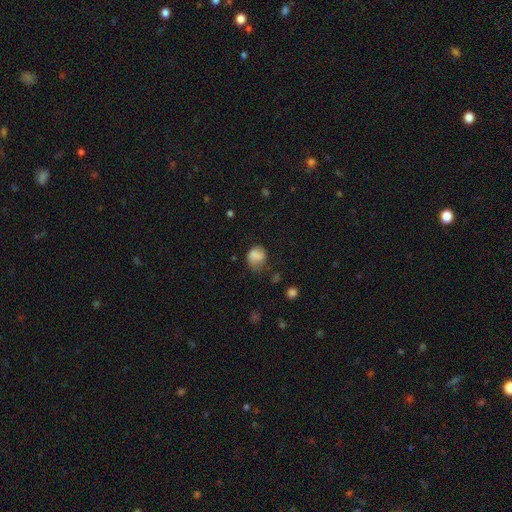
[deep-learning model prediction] A smooth galaxy with no disk features (75%) that is round (59%).

Vote fractions:
- Smooth or featured? smooth: 75% / featured or disk: 15% / star or artifact: 10%
- How rounded? round: 59% / in between: 40% / cigar-shaped: 1%
- Merging? none: 45% / minor disturbance: 32% / major disturbance: 19% / merger: 4%